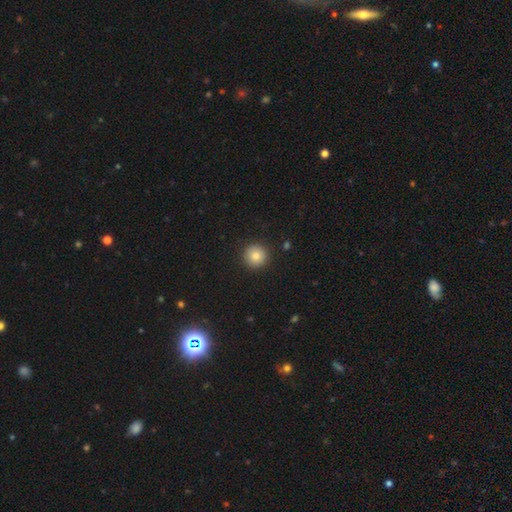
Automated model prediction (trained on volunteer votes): Smooth or featured? Predicted: smooth (p=0.83). How rounded? Predicted: round (p=0.95). Merging? Predicted: none (p=0.92).